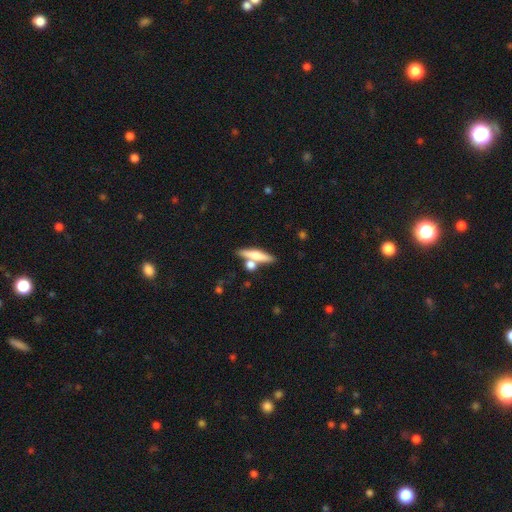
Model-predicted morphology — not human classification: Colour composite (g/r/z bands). It shows a smooth galaxy with no disk features (56%) that is cigar-shaped (75%). Merging: none (65%).